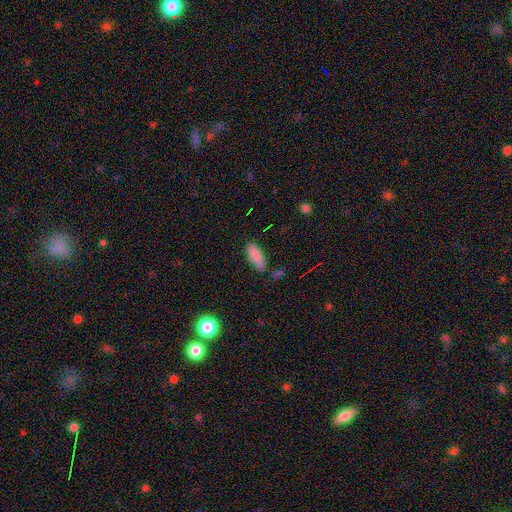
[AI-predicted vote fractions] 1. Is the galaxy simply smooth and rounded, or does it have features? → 87% smooth, 7% star or artifact, 6% featured or disk.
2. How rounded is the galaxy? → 80% in between, 18% cigar-shaped, 2% round.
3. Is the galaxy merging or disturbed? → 80% none, 14% minor disturbance, 3% merger, 3% major disturbance.